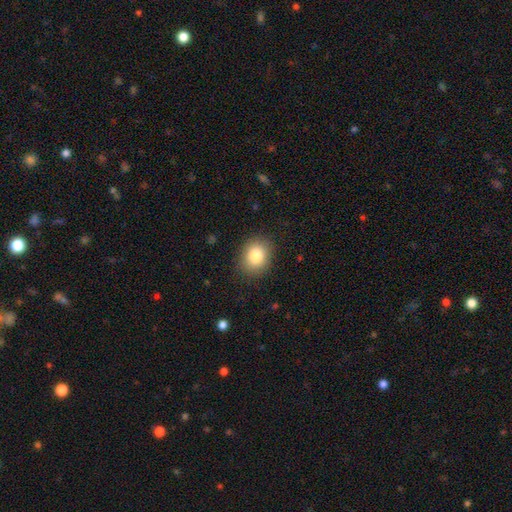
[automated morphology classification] type=smooth (83%); roundness=round (54%); merging=none (87%).